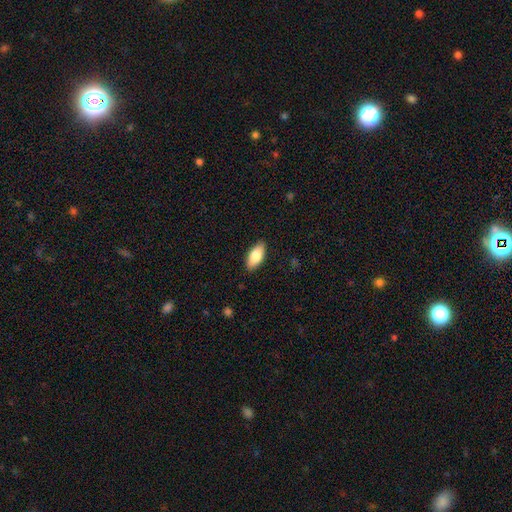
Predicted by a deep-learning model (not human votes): Smooth or featured? smooth (77%)
How rounded? in between (88%)
Merging? none (88%)